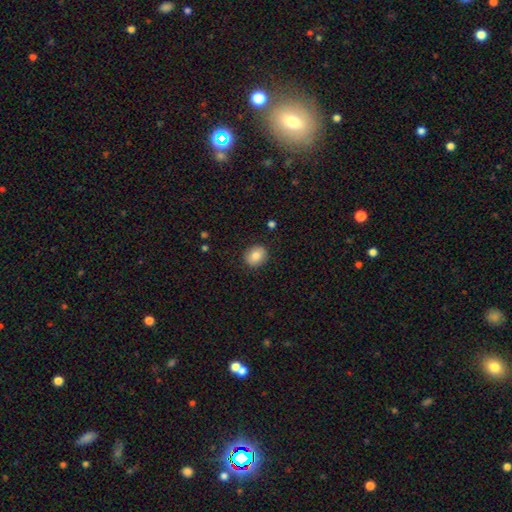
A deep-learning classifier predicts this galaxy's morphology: A smooth galaxy with no disk features (82%) that is round (66%). Merging: none (89%).